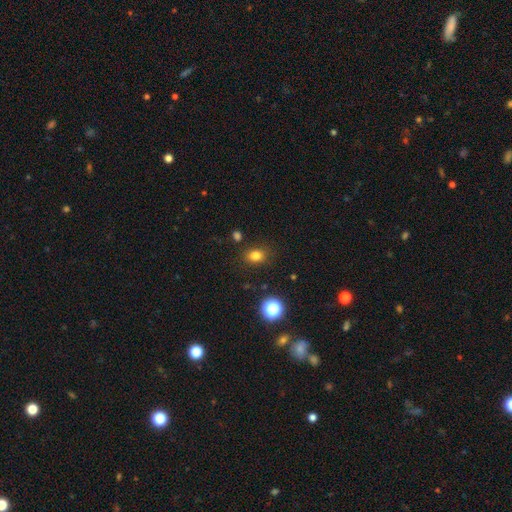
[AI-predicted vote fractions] This appears to be a smooth galaxy with no disk features (79%) that is in between round and cigar-shaped (53%). Merging: none (85%).